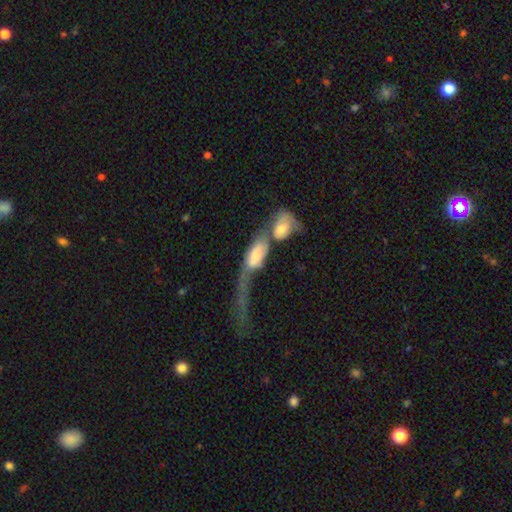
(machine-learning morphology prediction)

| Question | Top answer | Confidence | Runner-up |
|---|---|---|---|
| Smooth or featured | smooth | 48% | featured or disk (43%) |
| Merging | merger | 67% | major disturbance (19%) |